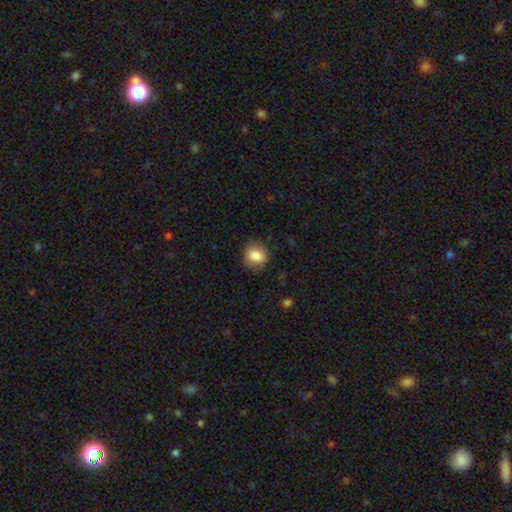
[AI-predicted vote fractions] A smooth galaxy with no disk features (85%) that is round (71%).

Vote fractions:
- Smooth or featured? smooth: 85% / star or artifact: 9% / featured or disk: 7%
- How rounded? round: 71% / in between: 28% / cigar-shaped: 1%
- Merging? none: 82% / minor disturbance: 13% / major disturbance: 4% / merger: 1%